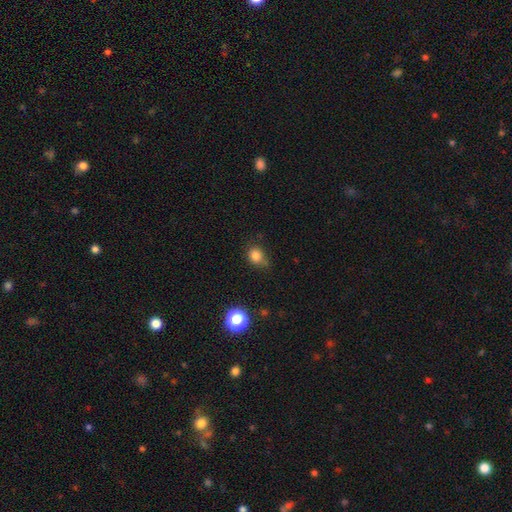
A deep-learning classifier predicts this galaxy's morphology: Smooth or featured: smooth — 81% (star or artifact — 13%)
How rounded: round — 69% (in between — 30%)
Merging: none — 59% (minor disturbance — 29%)